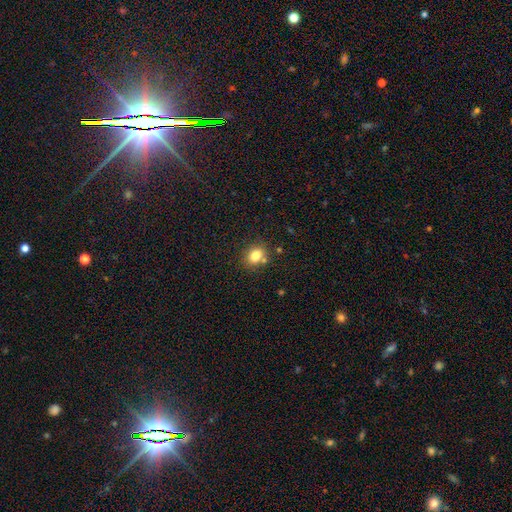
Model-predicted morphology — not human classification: Smooth or featured? Predicted: smooth (p=0.81). How rounded? Predicted: in between (p=0.53). Merging? Predicted: none (p=0.73).